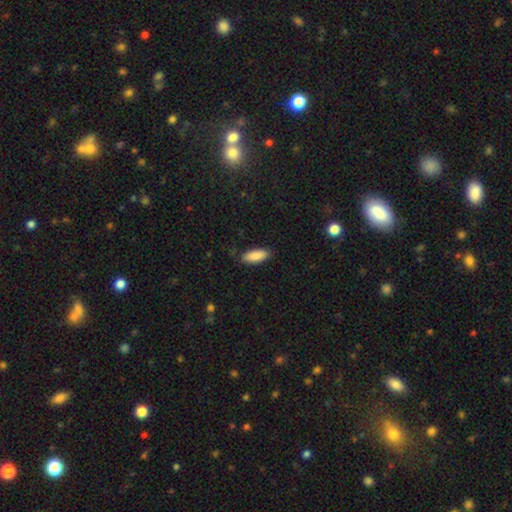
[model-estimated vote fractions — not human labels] Smooth or featured? Predicted: smooth (p=0.89). How rounded? Predicted: in between (p=0.76). Merging? Predicted: none (p=0.85).